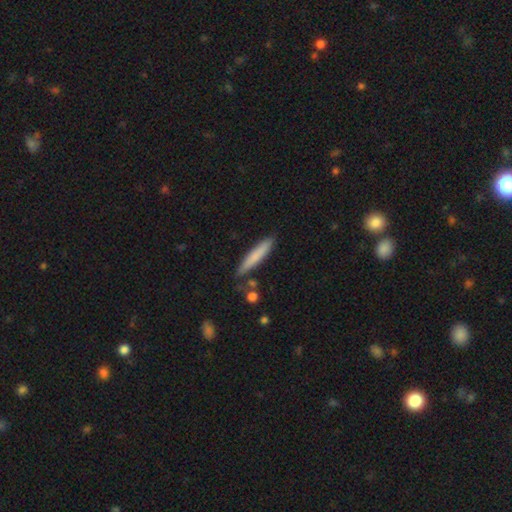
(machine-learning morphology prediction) Smooth or featured? smooth (75%)
How rounded? cigar-shaped (91%)
Merging? none (82%)